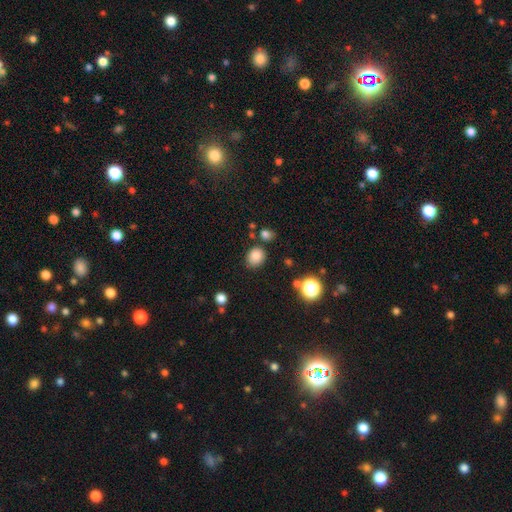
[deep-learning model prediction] This appears to be a smooth galaxy with no disk features (83%) that is round (66%). Merging: none (80%).